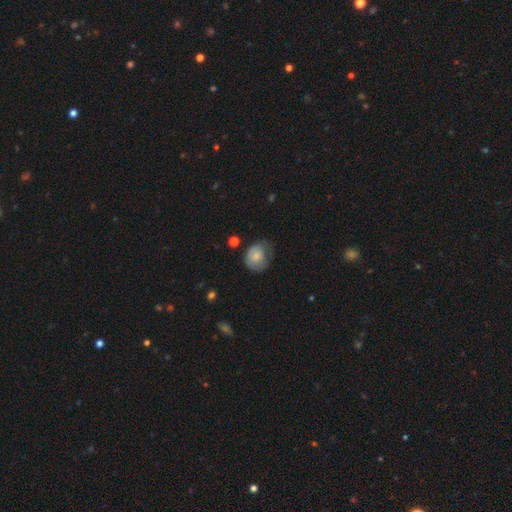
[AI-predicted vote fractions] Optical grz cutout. It shows a smooth galaxy with no disk features (70%) that is round (65%). Merging: none (42%).